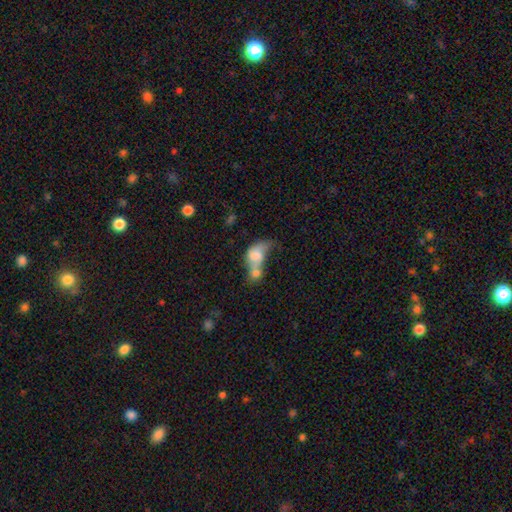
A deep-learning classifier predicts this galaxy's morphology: A smooth galaxy with no disk features (59%) that is in between round and cigar-shaped (79%). Merging: merger (64%).